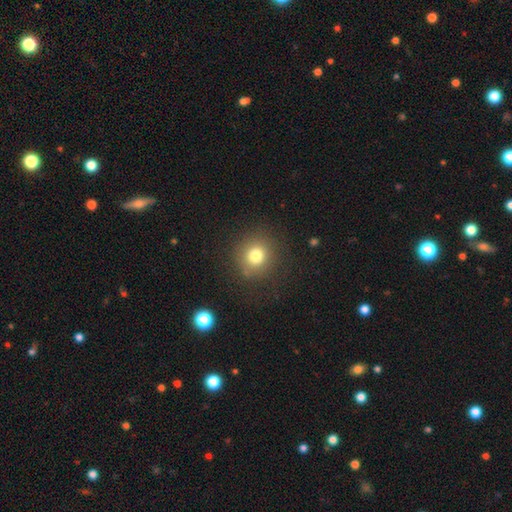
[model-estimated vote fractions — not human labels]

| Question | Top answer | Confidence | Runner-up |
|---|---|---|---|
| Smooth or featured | smooth | 77% | star or artifact (13%) |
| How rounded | round | 90% | in between (9%) |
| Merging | none | 86% | minor disturbance (9%) |